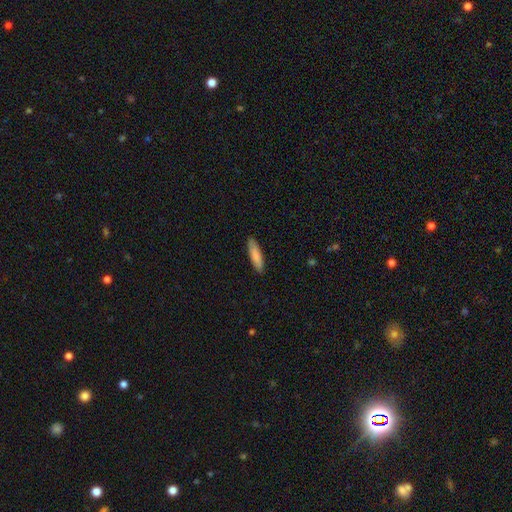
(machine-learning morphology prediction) Smooth or featured? Predicted: smooth (p=0.85). How rounded? Predicted: cigar-shaped (p=0.73). Merging? Predicted: none (p=0.89).